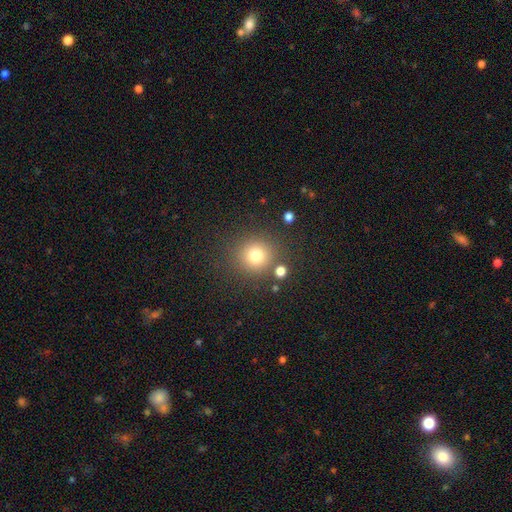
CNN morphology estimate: Smooth or featured? Predicted: smooth (p=0.78). How rounded? Predicted: round (p=0.91). Merging? Predicted: none (p=0.81).